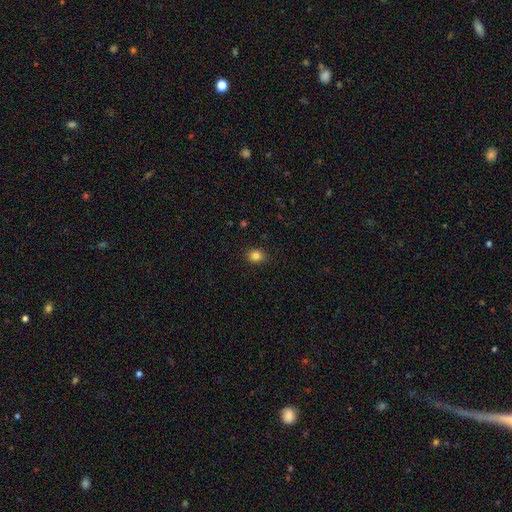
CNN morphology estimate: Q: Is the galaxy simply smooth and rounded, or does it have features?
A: smooth — 84%.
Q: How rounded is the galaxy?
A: round — 57%.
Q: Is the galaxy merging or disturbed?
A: none — 87%.